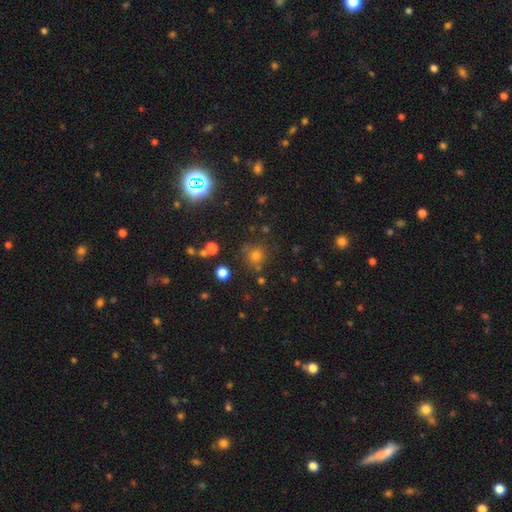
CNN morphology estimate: Smooth or featured? smooth (64%)
How rounded? round (91%)
Merging? none (78%)